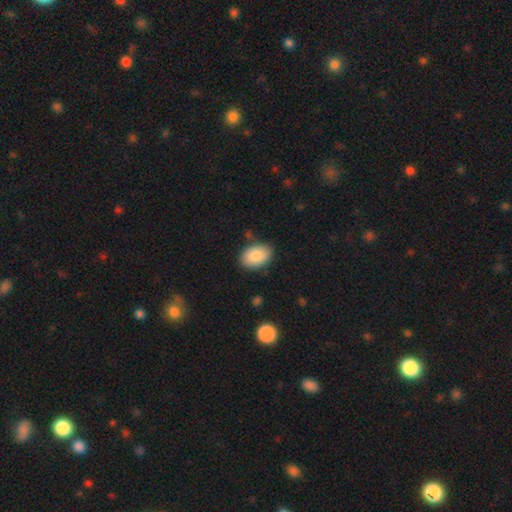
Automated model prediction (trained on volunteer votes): This appears to be a smooth galaxy with no disk features (87%) that is in between round and cigar-shaped (87%). Merging: none (84%).